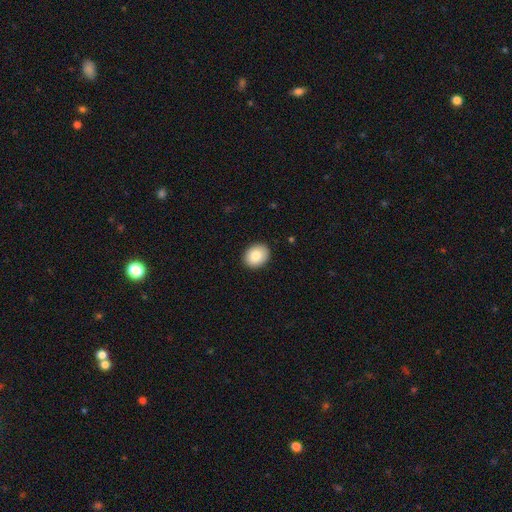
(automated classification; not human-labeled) Overall: smooth (84%). How rounded: in between (52%; round 47%). Merging: none (91%).